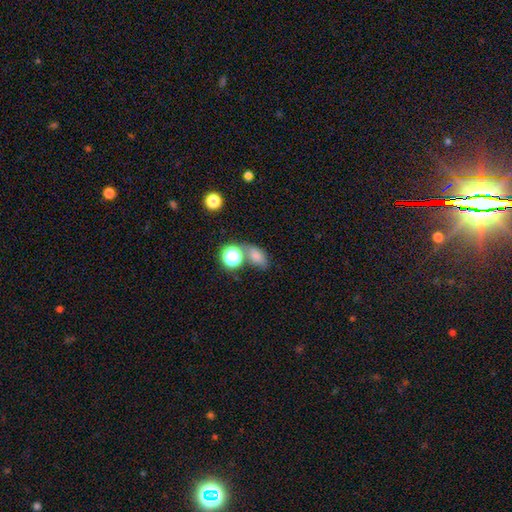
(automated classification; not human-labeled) Q: Smooth or featured?
A: smooth (73%); runner-up: star or artifact (18%)
Q: How rounded?
A: in between (73%); runner-up: round (23%)
Q: Merging?
A: none (54%); runner-up: merger (23%)